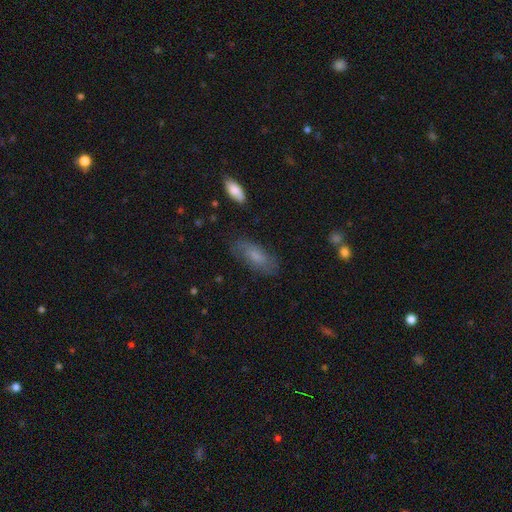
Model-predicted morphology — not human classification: Overall: smooth (60%; featured or disk 32%). How rounded: in between (80%). Merging: none (74%).